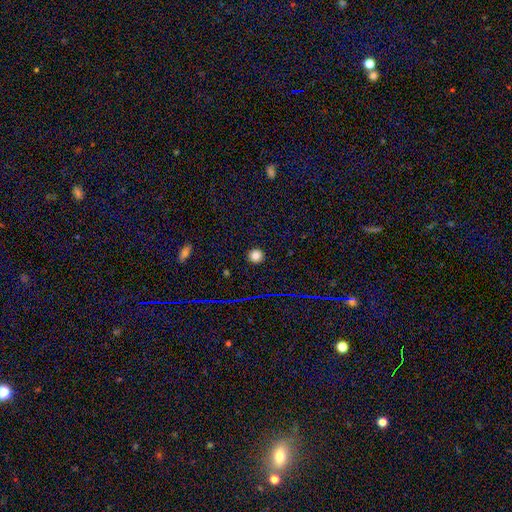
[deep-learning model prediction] The model was most divided on "smooth or featured": smooth: 81%, star or artifact: 14%, featured or disk: 5%. More confident: how rounded — round (95%); merging — none (92%).